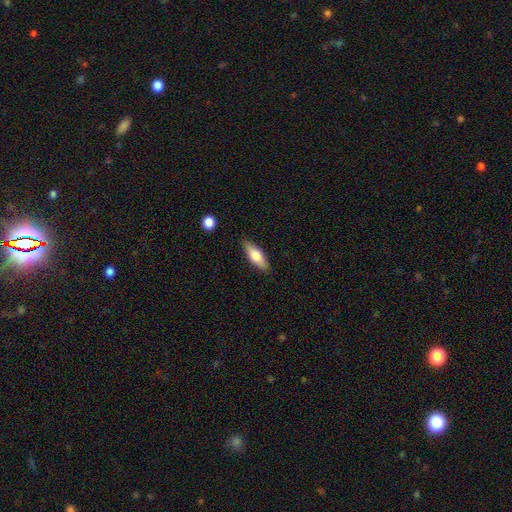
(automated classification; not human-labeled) A smooth galaxy with no disk features (67%) that is in between round and cigar-shaped (61%).

Vote fractions:
- Smooth or featured? smooth: 67% / featured or disk: 26% / star or artifact: 6%
- How rounded? in between: 61% / cigar-shaped: 36% / round: 2%
- Merging? none: 85% / minor disturbance: 11% / major disturbance: 2% / merger: 2%